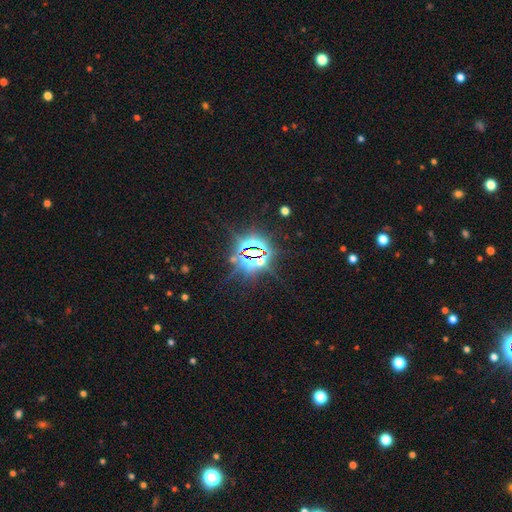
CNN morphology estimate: type=star or artifact (85%).